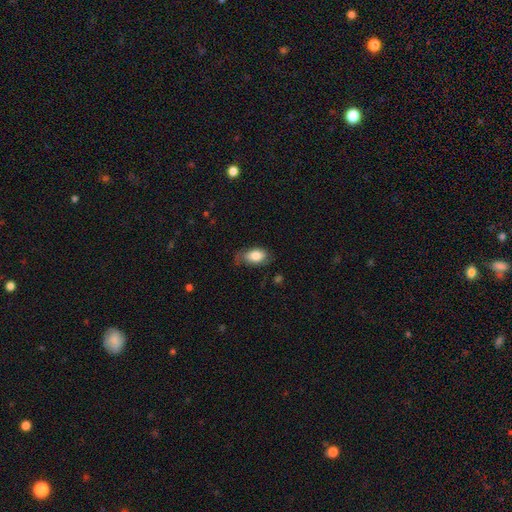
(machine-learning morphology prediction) A smooth galaxy with no disk features (78%) that is in between round and cigar-shaped (90%). Merging: none (57%).